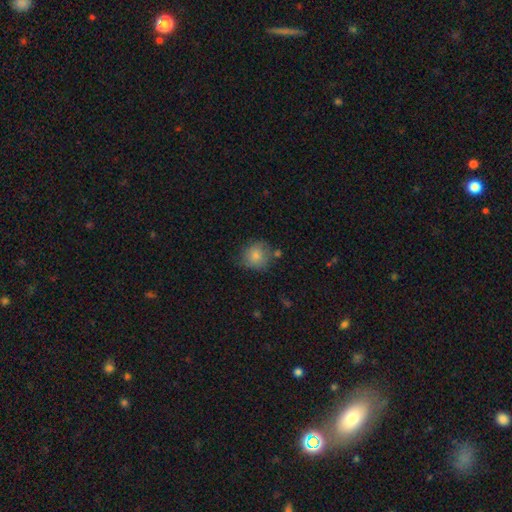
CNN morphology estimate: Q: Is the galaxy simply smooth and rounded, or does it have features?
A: smooth — 81%.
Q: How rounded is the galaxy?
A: round — 86%.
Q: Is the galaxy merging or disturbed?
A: none — 68%.